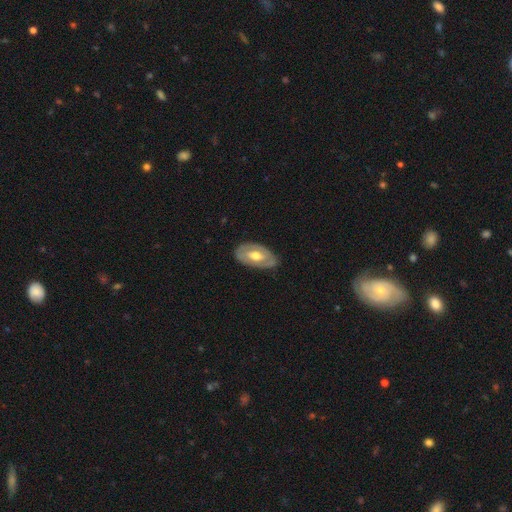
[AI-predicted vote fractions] Smooth or featured?
  - featured or disk: 60% *
  - smooth: 35%
  - star or artifact: 5%
Edge-on disk?
  - no: 89% *
  - yes: 11%
Bar?
  - no: 55% *
  - weak: 33%
  - strong: 13%
Spiral arms?
  - no: 64% *
  - yes: 36%
Bulge size?
  - moderate: 72% *
  - large: 14%
  - small: 11%
  - none: 1%
  - dominant: 1%
Merging?
  - none: 79% *
  - minor disturbance: 16%
  - major disturbance: 4%
  - merger: 1%